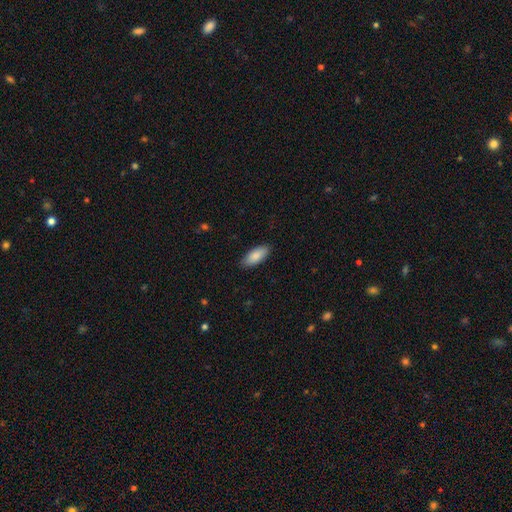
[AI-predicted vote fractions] smooth 87%, featured or disk 7%, star or artifact 6%. Down the decision tree: how rounded — in between (82%); merging — none (87%).